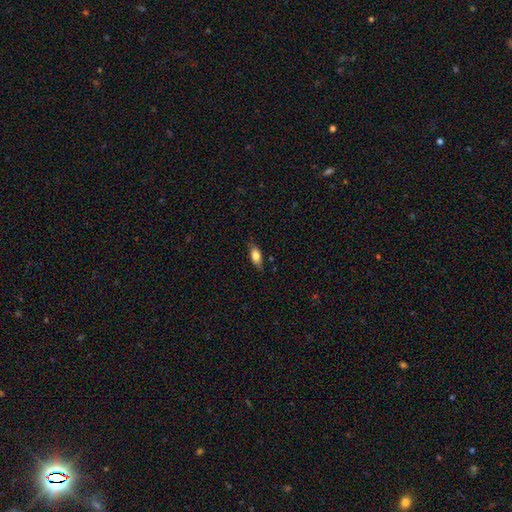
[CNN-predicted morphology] smooth-or-featured: smooth: 75% | featured or disk: 18% | star or artifact: 7%
  how-rounded: in between: 76% | cigar-shaped: 21% | round: 3%
  merging: none: 79% | minor disturbance: 16% | major disturbance: 3% | merger: 1%